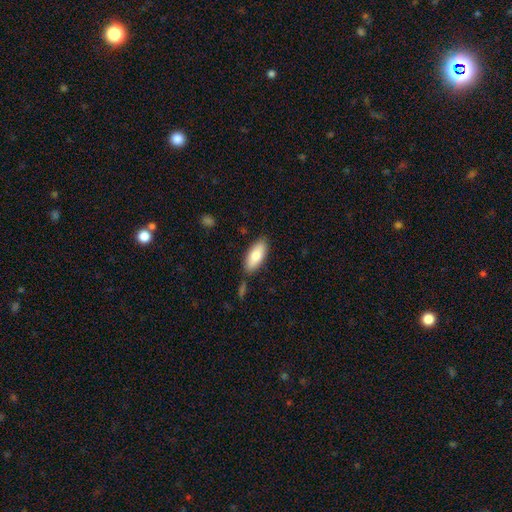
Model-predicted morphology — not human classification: Q: Smooth or featured?
A: smooth (79%); runner-up: featured or disk (15%)
Q: How rounded?
A: in between (84%); runner-up: cigar-shaped (14%)
Q: Merging?
A: none (82%); runner-up: minor disturbance (12%)